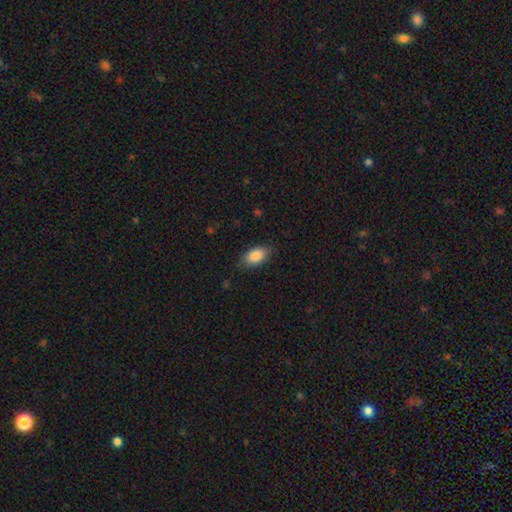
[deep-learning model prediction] Smooth or featured? smooth (86%)
How rounded? in between (92%)
Merging? none (80%)